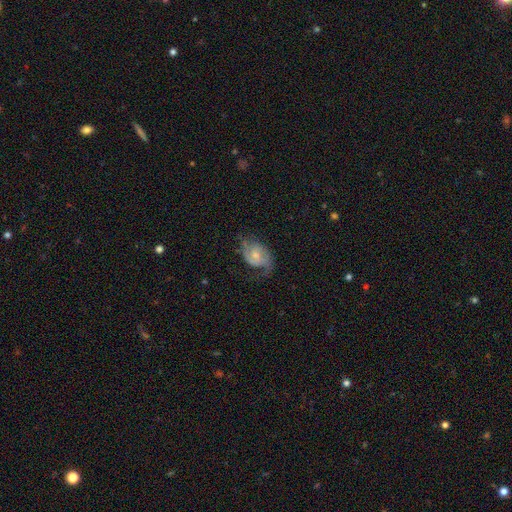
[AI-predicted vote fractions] featured or disk 74%, smooth 20%, star or artifact 6%. Down the decision tree: edge-on disk — no (97%); bar — no (54%); spiral arms — yes (91%); spiral arm count — 2 (77%); spiral winding — medium (46%); bulge size — moderate (45%); merging — none (56%).